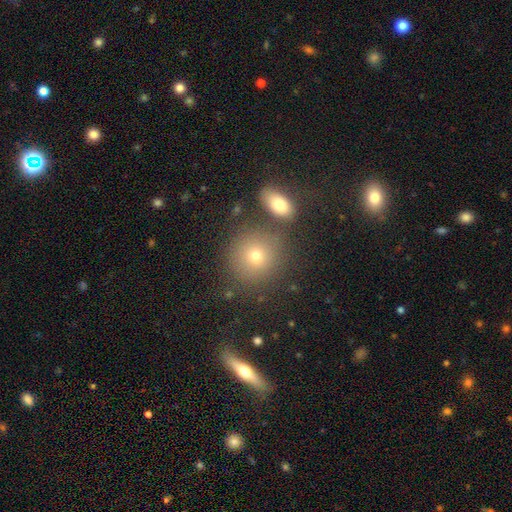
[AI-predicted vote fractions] Smooth or featured?
  - smooth: 72% *
  - star or artifact: 15%
  - featured or disk: 13%
How rounded?
  - round: 87% *
  - in between: 12%
  - cigar-shaped: 1%
Merging?
  - none: 74% *
  - merger: 12%
  - minor disturbance: 9%
  - major disturbance: 4%